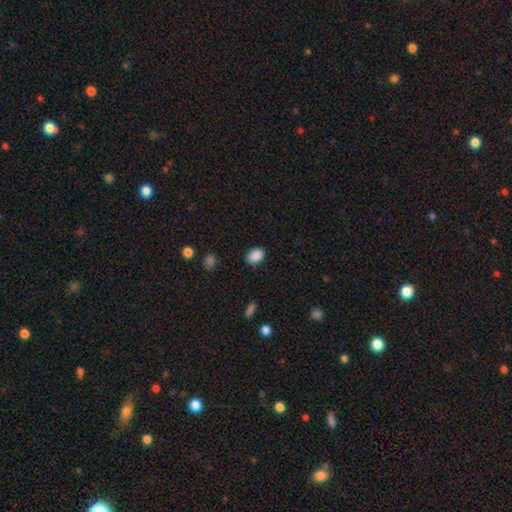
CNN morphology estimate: Smooth or featured: smooth — 88% (star or artifact — 8%)
How rounded: in between — 82% (round — 17%)
Merging: none — 84% (minor disturbance — 12%)